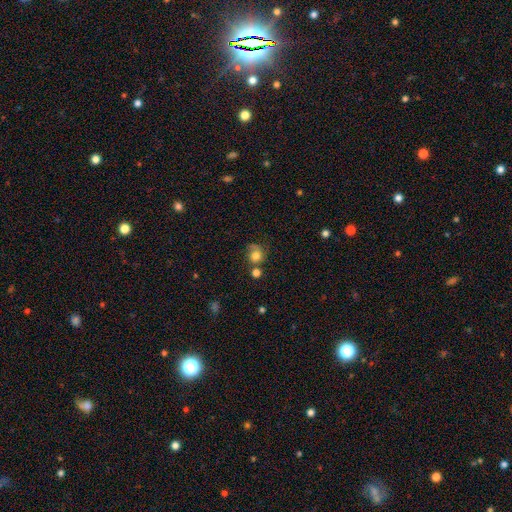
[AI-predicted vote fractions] smooth_or_featured: smooth (p=0.72) [alt: featured or disk p=0.16]
how_rounded: round (p=0.80) [alt: in between p=0.19]
merging: none (p=0.49) [alt: minor disturbance p=0.22]